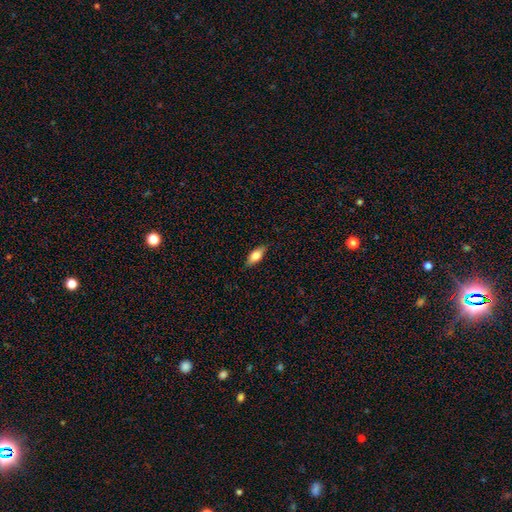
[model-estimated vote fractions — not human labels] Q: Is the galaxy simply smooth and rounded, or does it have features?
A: smooth — 72%.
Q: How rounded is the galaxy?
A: in between — 78%.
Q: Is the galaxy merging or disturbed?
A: none — 85%.